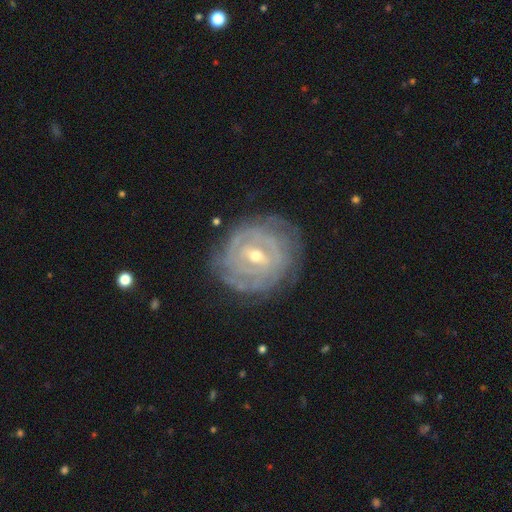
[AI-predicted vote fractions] smooth-or-featured: featured or disk: 87% | smooth: 7% | star or artifact: 5%
  disk-edge-on: no: 97% | yes: 3%
    bar: weak: 52% | strong: 29% | no: 19%
    has-spiral-arms: yes: 92% | no: 8%
      spiral-winding: tight: 84% | medium: 13% | loose: 4%
      spiral-arm-count: can't tell: 44% | 2: 16% | 3: 14% | 4: 13% | more than 4: 7% | 1: 5%
    bulge-size: moderate: 53% | small: 44% | large: 2% | none: 1% | dominant: 1%
  merging: none: 78% | minor disturbance: 15% | major disturbance: 6% | merger: 1%